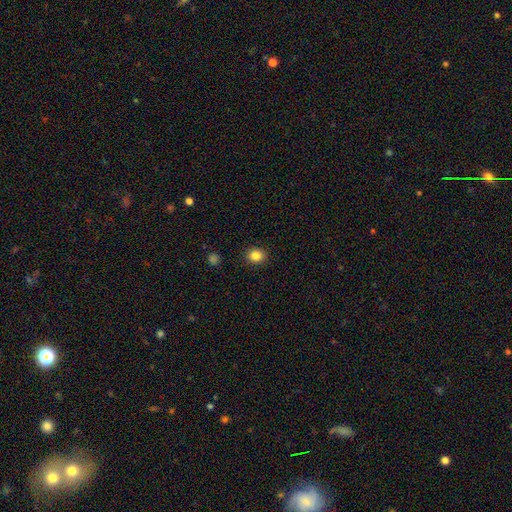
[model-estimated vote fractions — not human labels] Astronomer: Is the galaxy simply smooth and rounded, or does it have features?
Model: smooth — 84%.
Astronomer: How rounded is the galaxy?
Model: round — 71%.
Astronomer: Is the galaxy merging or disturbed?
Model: none — 91%.